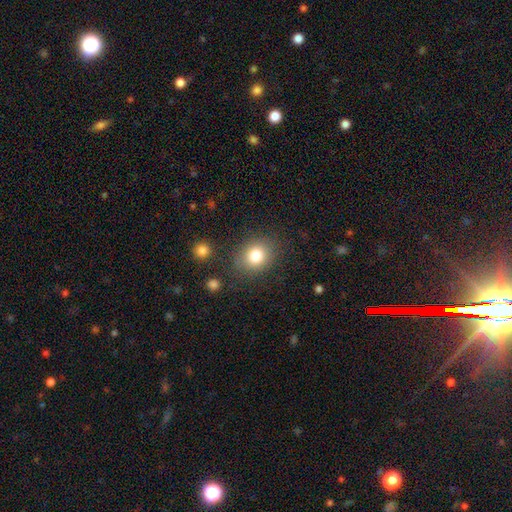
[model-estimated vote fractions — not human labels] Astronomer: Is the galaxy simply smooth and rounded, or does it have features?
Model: smooth — 80%.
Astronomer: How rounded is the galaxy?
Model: round — 58% (runner-up: in between, 42%).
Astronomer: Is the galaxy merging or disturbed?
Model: none — 81%.